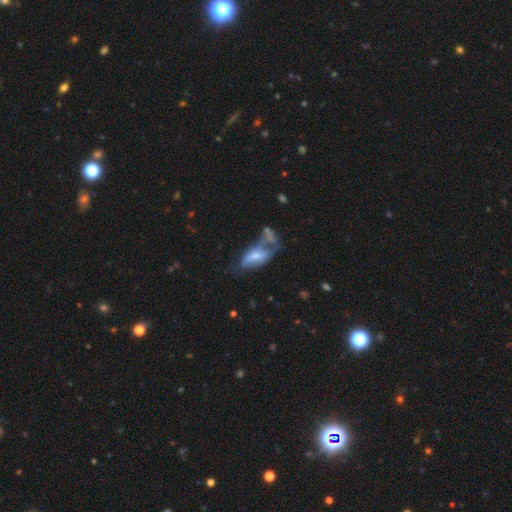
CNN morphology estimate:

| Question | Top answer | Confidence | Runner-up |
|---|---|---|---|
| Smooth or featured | smooth | 53% | featured or disk (39%) |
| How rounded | in between | 80% | cigar-shaped (17%) |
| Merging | merger | 31% | major disturbance (30%) |